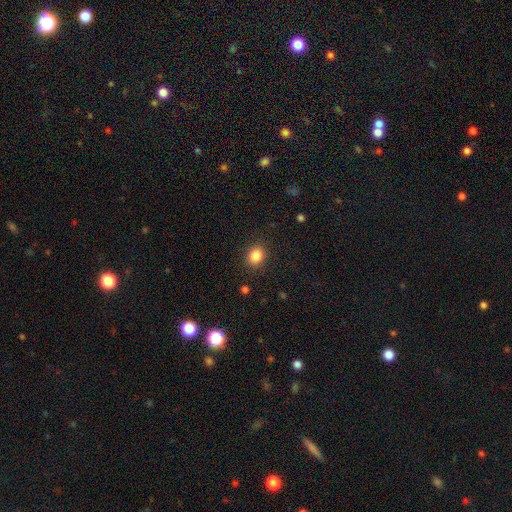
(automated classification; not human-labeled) smooth-or-featured: smooth: 85% | star or artifact: 11% | featured or disk: 5%
  how-rounded: round: 61% | in between: 38% | cigar-shaped: 1%
  merging: none: 88% | minor disturbance: 8% | major disturbance: 3% | merger: 1%